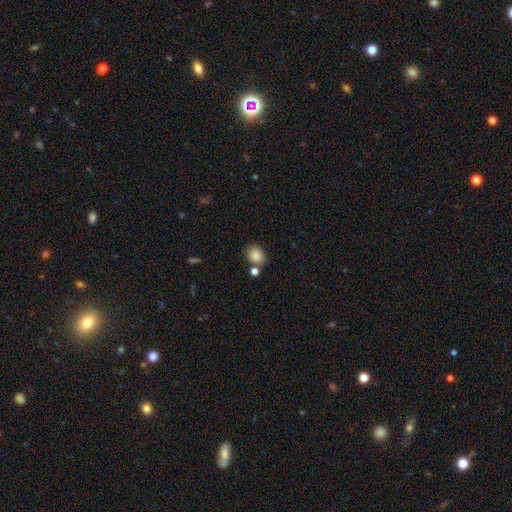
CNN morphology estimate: This is clearly a smooth galaxy (86%). How rounded: possibly round (53%). Merging: likely none (69%).